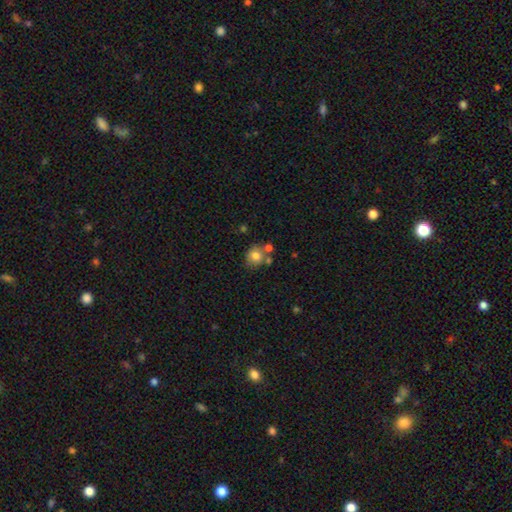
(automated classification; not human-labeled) smooth-or-featured: smooth: 77% | featured or disk: 12% | star or artifact: 11%
  how-rounded: round: 77% | in between: 22% | cigar-shaped: 1%
  merging: none: 62% | merger: 21% | minor disturbance: 13% | major disturbance: 4%